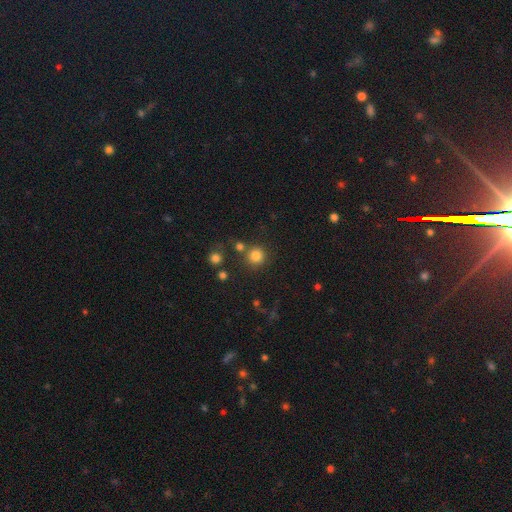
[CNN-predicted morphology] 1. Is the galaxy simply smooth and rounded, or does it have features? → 81% smooth, 13% star or artifact, 5% featured or disk.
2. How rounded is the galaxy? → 93% round, 6% in between, 1% cigar-shaped.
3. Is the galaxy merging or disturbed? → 76% none, 12% merger, 8% minor disturbance, 4% major disturbance.